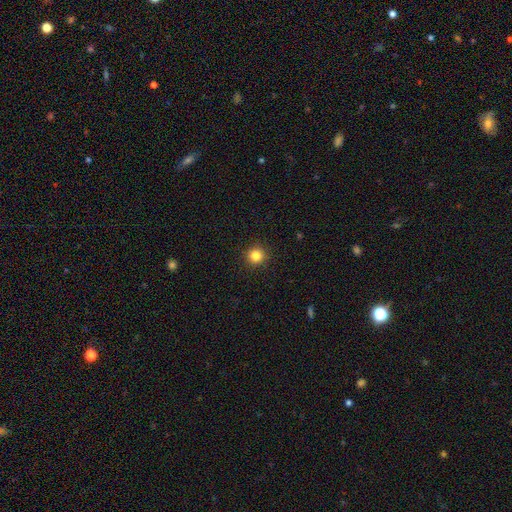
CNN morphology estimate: type=smooth (83%); roundness=round (95%); merging=none (93%).